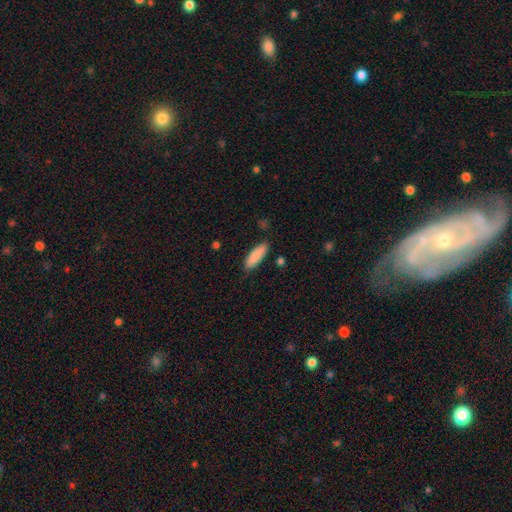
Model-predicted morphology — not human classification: A smooth galaxy with no disk features (87%) that is in between round and cigar-shaped (56%).

Vote fractions:
- Smooth or featured? smooth: 87% / featured or disk: 7% / star or artifact: 6%
- How rounded? in between: 56% / cigar-shaped: 43% / round: 2%
- Merging? none: 84% / minor disturbance: 12% / major disturbance: 2% / merger: 2%